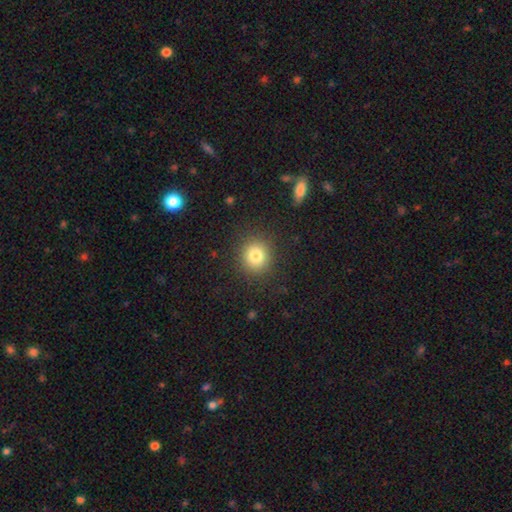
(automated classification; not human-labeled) Morphology: type=smooth (80%); roundness=round (87%); merging=none (89%).